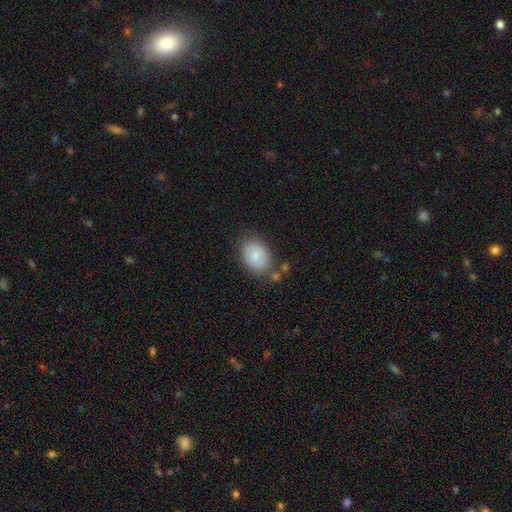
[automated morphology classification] Smooth or featured? Predicted: smooth (p=0.82). How rounded? Predicted: in between (p=0.76). Merging? Predicted: none (p=0.72).